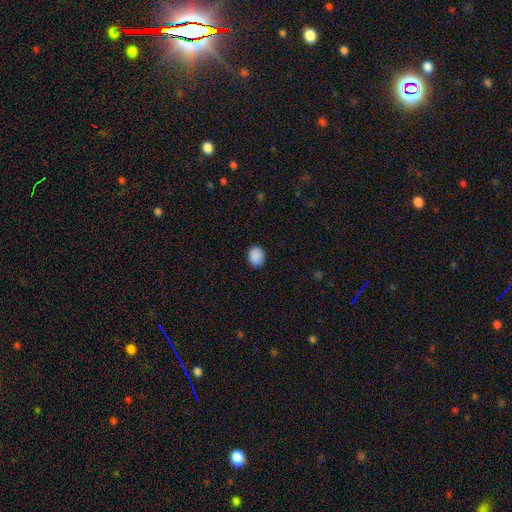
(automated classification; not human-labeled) This appears to be a smooth galaxy with no disk features (90%) that is round (52%). Merging: none (89%).